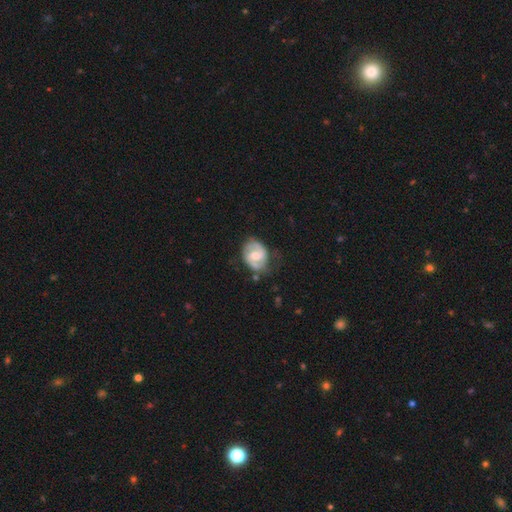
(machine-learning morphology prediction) Smooth or featured? featured or disk (78%)
Edge-on disk? no (98%)
Bar? weak (54%)
Spiral arms? yes (91%)
Spiral winding? medium (47%)
Spiral arm count? 2 (84%)
Bulge size? moderate (61%)
Merging? none (64%)